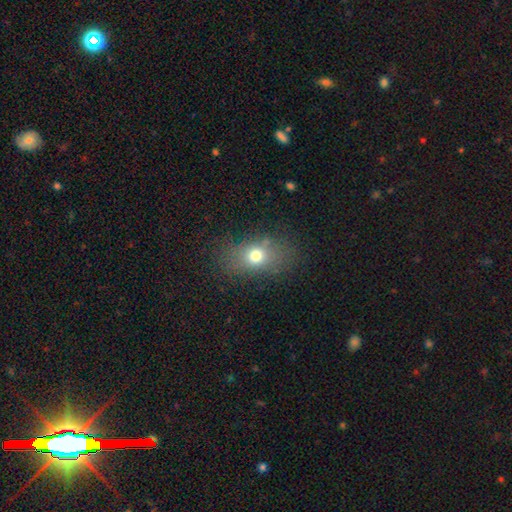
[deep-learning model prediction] Morphology: type=smooth (71%); roundness=in between (65%); merging=none (75%).